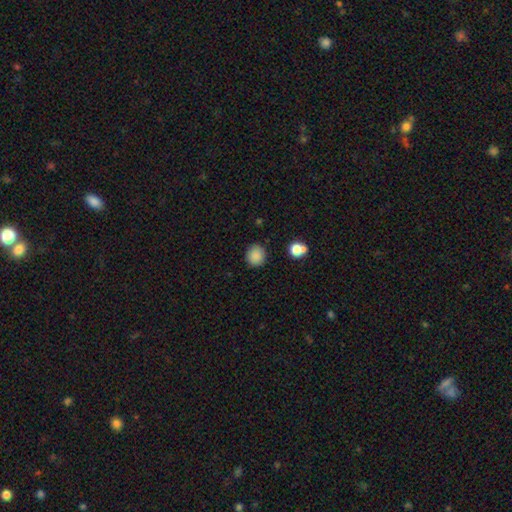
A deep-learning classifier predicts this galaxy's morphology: This appears to be a smooth galaxy with no disk features (86%) that is round (87%). Merging: none (87%).